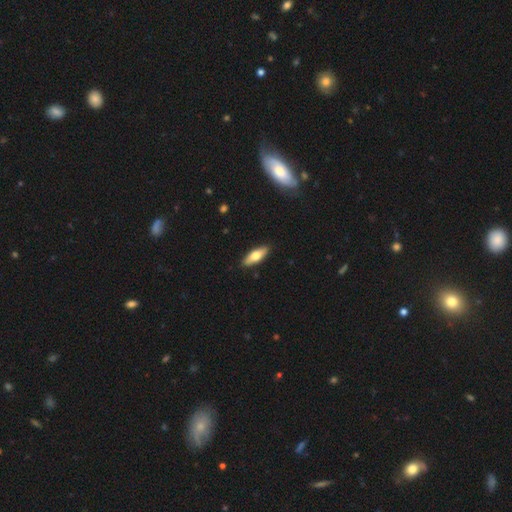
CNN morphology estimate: This is likely a smooth galaxy (60%). How rounded: possibly in between (59%). Merging: clearly none (90%).